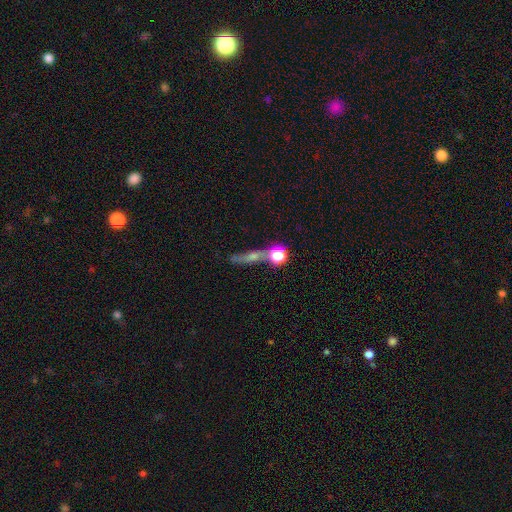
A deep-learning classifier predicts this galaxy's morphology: Q: Smooth or featured?
A: featured or disk (43%); runner-up: smooth (36%)
Q: Merging?
A: none (61%); runner-up: merger (16%)